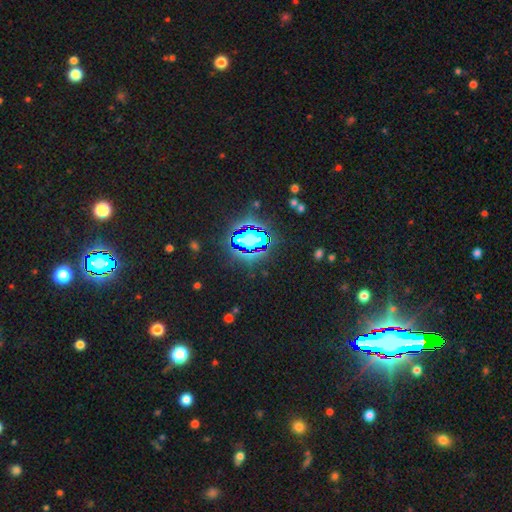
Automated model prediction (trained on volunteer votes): Smooth or featured? star or artifact (84%)